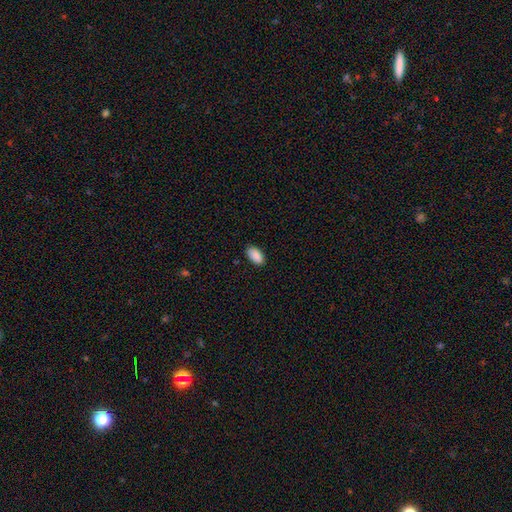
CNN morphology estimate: This is clearly a smooth galaxy (90%). How rounded: clearly in between (94%). Merging: clearly none (86%).